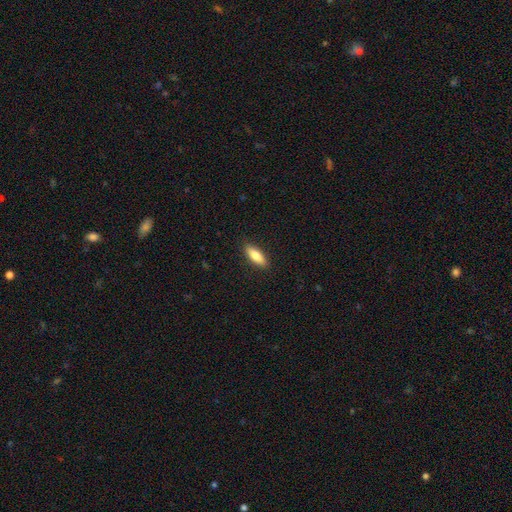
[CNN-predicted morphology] Smooth or featured: smooth — 79% (featured or disk — 15%)
How rounded: in between — 62% (cigar-shaped — 36%)
Merging: none — 90% (minor disturbance — 7%)